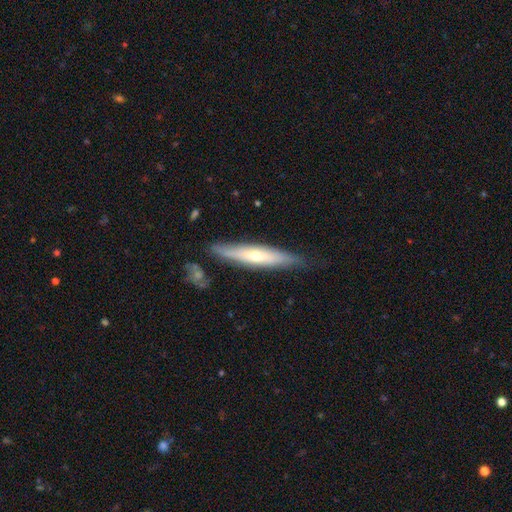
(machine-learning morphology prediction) Smooth or featured?
  - featured or disk: 51% *
  - smooth: 43%
  - star or artifact: 6%
Edge-on disk?
  - yes: 80% *
  - no: 20%
Merging?
  - none: 79% *
  - minor disturbance: 15%
  - major disturbance: 3%
  - merger: 2%